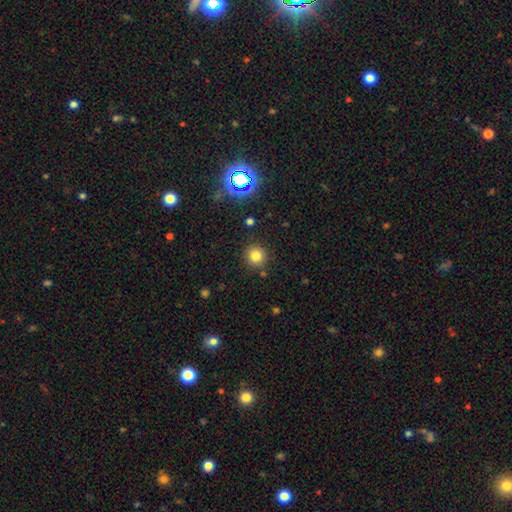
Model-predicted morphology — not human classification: smooth-or-featured: smooth: 79% | star or artifact: 15% | featured or disk: 6%
  how-rounded: round: 93% | in between: 6% | cigar-shaped: 1%
  merging: none: 89% | minor disturbance: 6% | merger: 3% | major disturbance: 2%